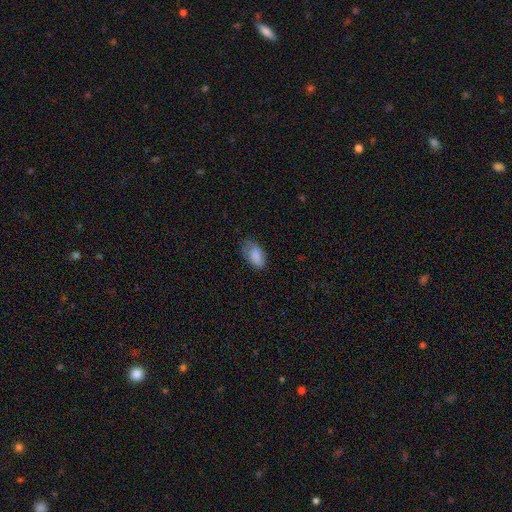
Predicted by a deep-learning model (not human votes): Morphology: type=smooth (82%); roundness=in between (93%); merging=none (61%).